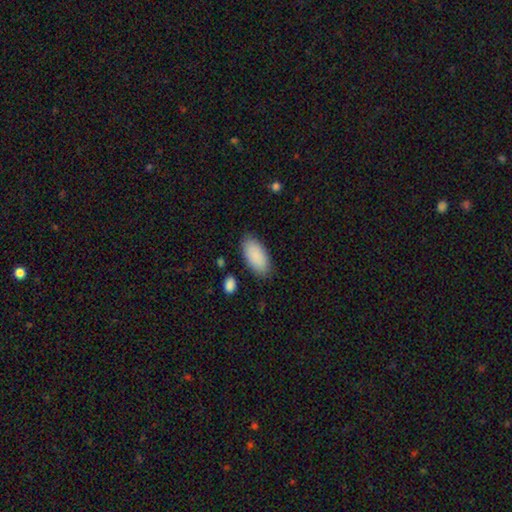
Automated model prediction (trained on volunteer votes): A smooth galaxy with no disk features (90%) that is in between round and cigar-shaped (93%). Merging: none (85%).